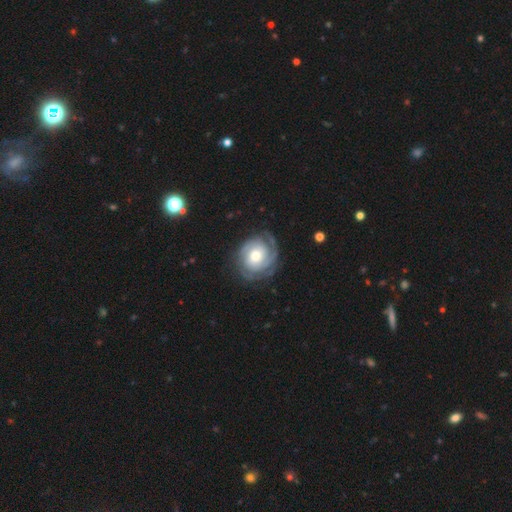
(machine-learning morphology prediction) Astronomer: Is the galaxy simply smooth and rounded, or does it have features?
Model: featured or disk — 83%.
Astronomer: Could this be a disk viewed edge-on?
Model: no — 98%.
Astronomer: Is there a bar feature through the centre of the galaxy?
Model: no — 76%.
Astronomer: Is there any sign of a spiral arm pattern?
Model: yes — 95%.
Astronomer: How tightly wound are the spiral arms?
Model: tight — 72%.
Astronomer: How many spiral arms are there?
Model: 2 — 28% (runner-up: can't tell, 27%).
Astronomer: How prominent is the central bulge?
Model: moderate — 67%.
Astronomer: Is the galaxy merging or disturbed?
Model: none — 75%.